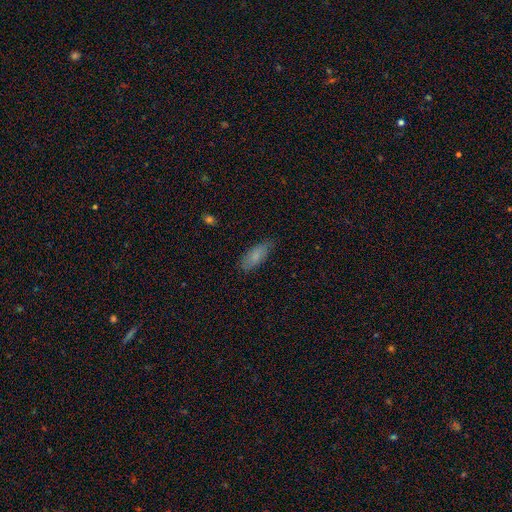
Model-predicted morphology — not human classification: type=smooth (77%); roundness=in between (78%); merging=none (79%).